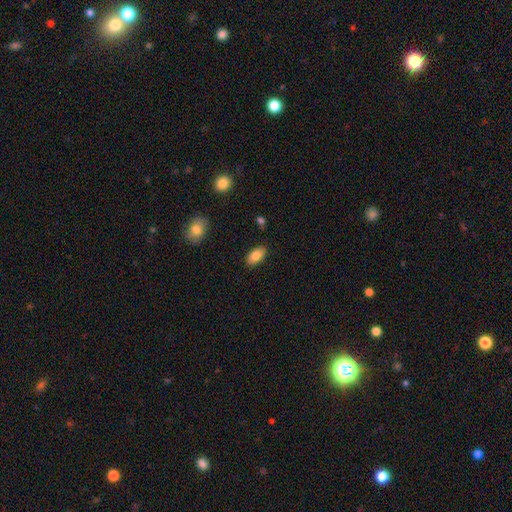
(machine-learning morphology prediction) This is clearly a smooth galaxy (84%). How rounded: clearly in between (93%). Merging: clearly none (86%).